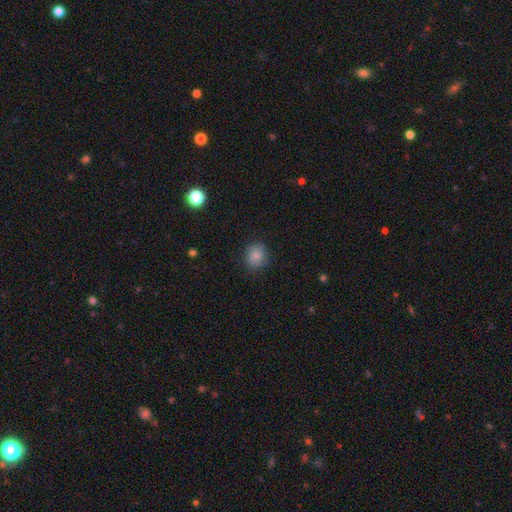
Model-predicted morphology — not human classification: The model was most divided on "how rounded": round: 72%, in between: 27%, cigar-shaped: 1%. More confident: smooth or featured — smooth (83%); merging — none (82%).